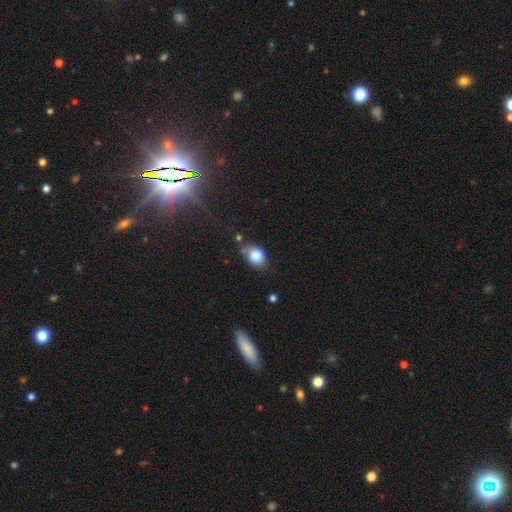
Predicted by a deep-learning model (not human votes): The model was most divided on "merging": none: 59%, minor disturbance: 28%, merger: 7%, major disturbance: 7%. More confident: smooth or featured — smooth (83%); how rounded — in between (70%).